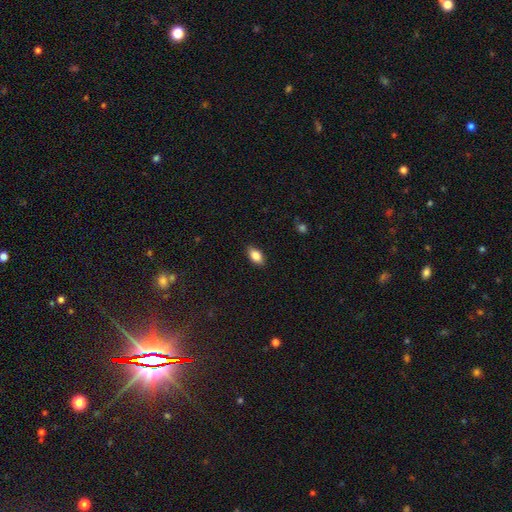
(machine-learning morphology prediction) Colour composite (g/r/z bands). It shows a smooth galaxy with no disk features (84%) that is in between round and cigar-shaped (90%). Merging: none (88%).